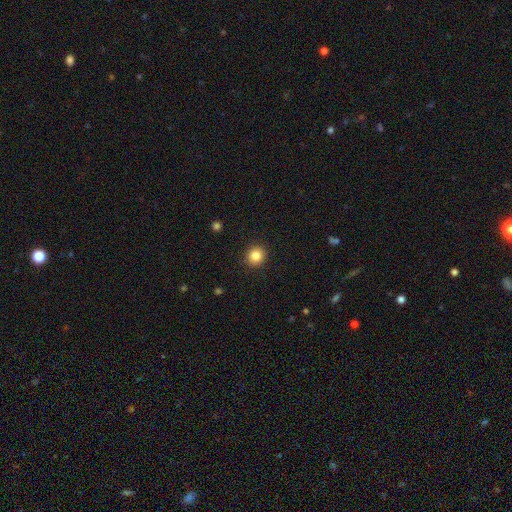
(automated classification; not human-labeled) Smooth or featured?
  - smooth: 85% *
  - star or artifact: 10%
  - featured or disk: 5%
How rounded?
  - round: 90% *
  - in between: 9%
  - cigar-shaped: 1%
Merging?
  - none: 92% *
  - minor disturbance: 5%
  - major disturbance: 2%
  - merger: 1%